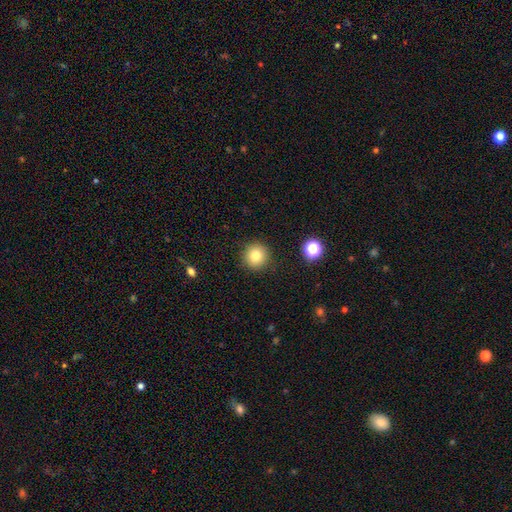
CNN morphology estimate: Smooth or featured? smooth (81%)
How rounded? round (94%)
Merging? none (90%)